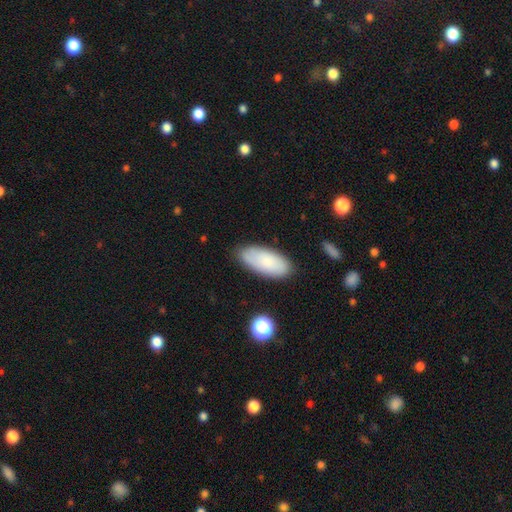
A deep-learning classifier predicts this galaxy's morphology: type=smooth (81%); roundness=in between (89%); merging=none (81%).